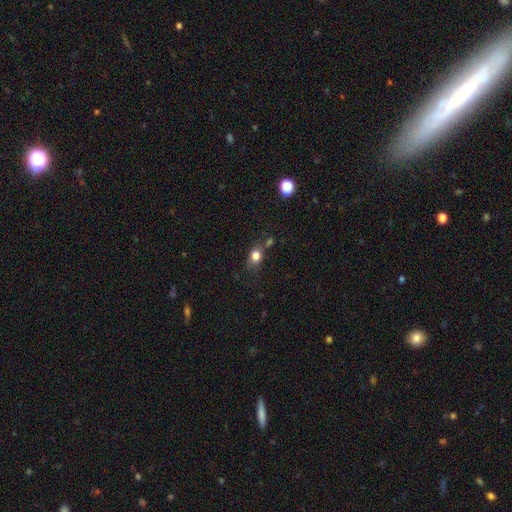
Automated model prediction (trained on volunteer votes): A smooth galaxy with no disk features (79%) that is in between round and cigar-shaped (50%).

Vote fractions:
- Smooth or featured? smooth: 79% / star or artifact: 12% / featured or disk: 9%
- How rounded? in between: 50% / round: 48% / cigar-shaped: 2%
- Merging? none: 57% / minor disturbance: 22% / merger: 12% / major disturbance: 9%